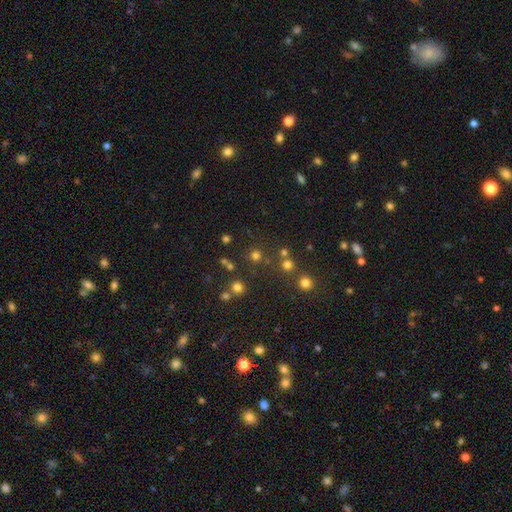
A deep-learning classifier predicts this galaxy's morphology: smooth_or_featured: smooth (p=0.70) [alt: star or artifact p=0.24]
how_rounded: round (p=0.92) [alt: in between p=0.07]
merging: none (p=0.79) [alt: merger p=0.11]